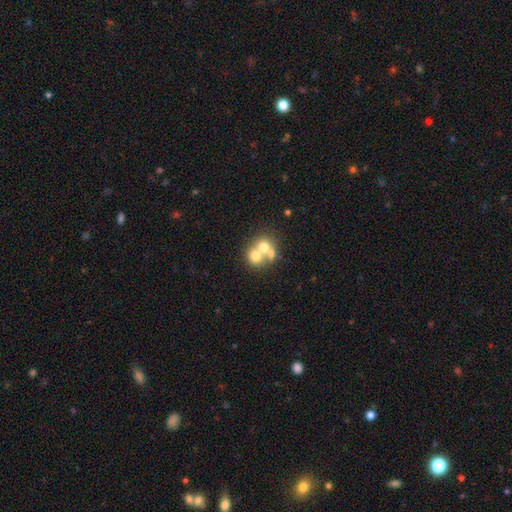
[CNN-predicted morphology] smooth_or_featured: smooth (p=0.62) [alt: featured or disk p=0.26]
how_rounded: round (p=0.76) [alt: in between p=0.23]
merging: merger (p=0.65) [alt: none p=0.27]